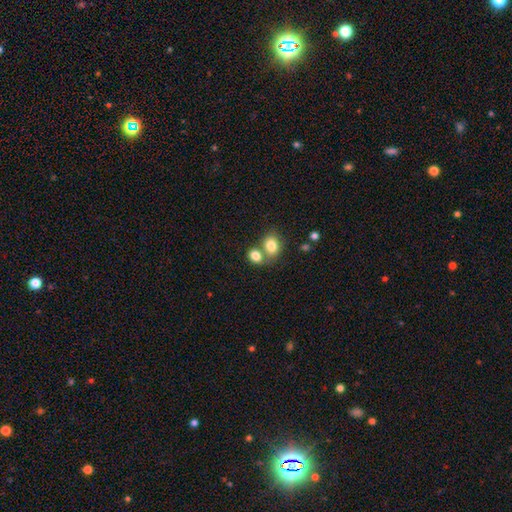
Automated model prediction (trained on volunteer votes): Q: Smooth or featured?
A: smooth (82%); runner-up: star or artifact (9%)
Q: How rounded?
A: in between (56%); runner-up: round (42%)
Q: Merging?
A: merger (50%); runner-up: none (38%)